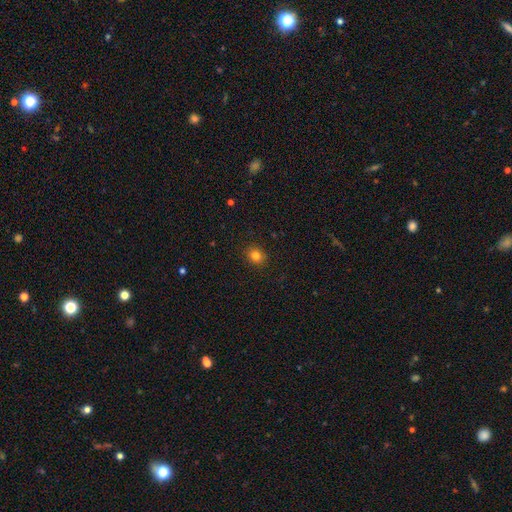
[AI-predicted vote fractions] Q: Smooth or featured?
A: smooth (81%); runner-up: star or artifact (13%)
Q: How rounded?
A: round (76%); runner-up: in between (23%)
Q: Merging?
A: none (90%); runner-up: minor disturbance (7%)